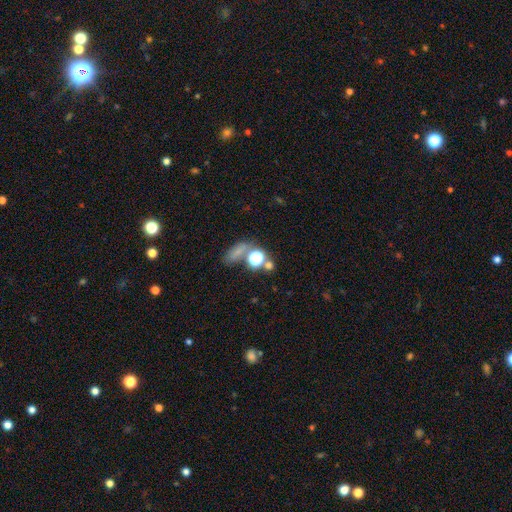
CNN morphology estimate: Smooth or featured? Predicted: smooth (p=0.58). How rounded? Predicted: round (p=0.66). Merging? Predicted: none (p=0.55).